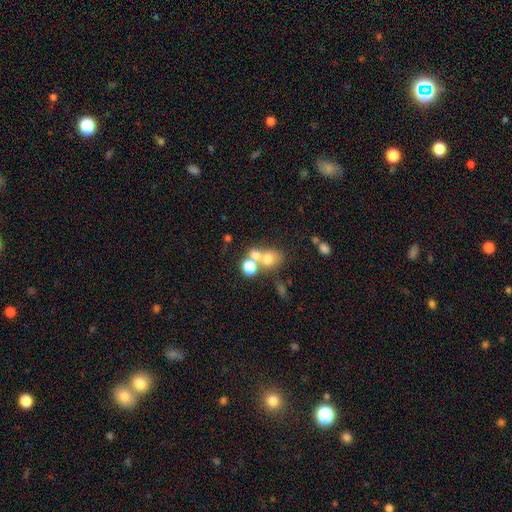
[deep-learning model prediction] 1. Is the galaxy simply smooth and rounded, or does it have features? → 63% smooth, 20% featured or disk, 17% star or artifact.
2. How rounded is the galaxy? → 69% round, 30% in between, 1% cigar-shaped.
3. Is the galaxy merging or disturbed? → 50% merger, 37% none, 8% minor disturbance, 6% major disturbance.